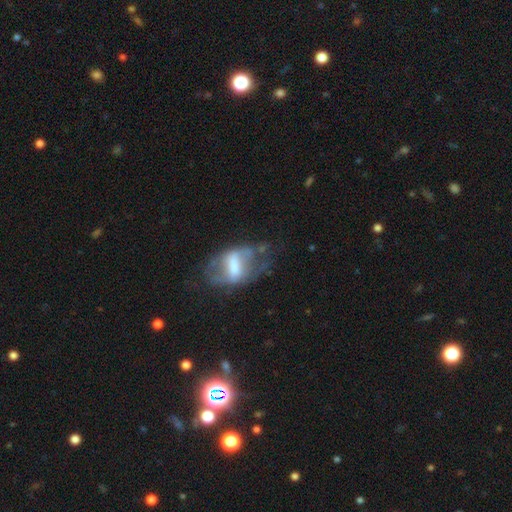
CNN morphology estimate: The model was most divided on "bulge size": moderate: 35%, small: 22%, none: 21%, large: 18%, dominant: 3%. Remaining: edge-on disk — no (89%); spiral arms — no (64%); smooth or featured — featured or disk (61%); bar — strong (50%); merging — none (44%).